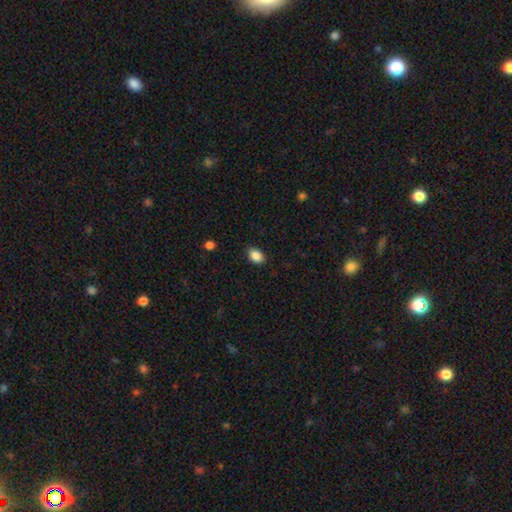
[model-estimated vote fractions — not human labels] The model was most divided on "how rounded": in between: 77%, round: 22%, cigar-shaped: 1%. More confident: smooth or featured — smooth (87%); merging — none (85%).